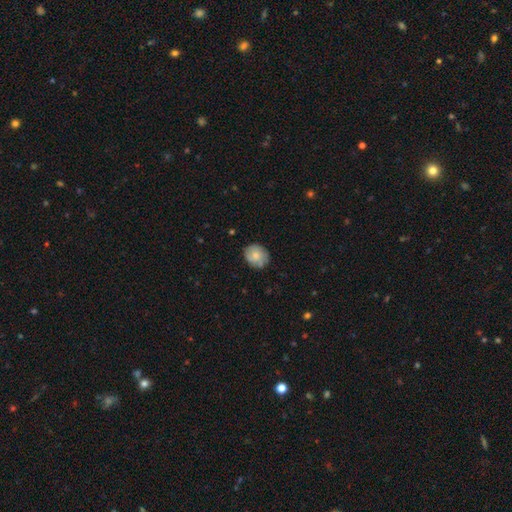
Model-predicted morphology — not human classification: Smooth or featured? smooth (67%)
How rounded? round (72%)
Merging? none (73%)